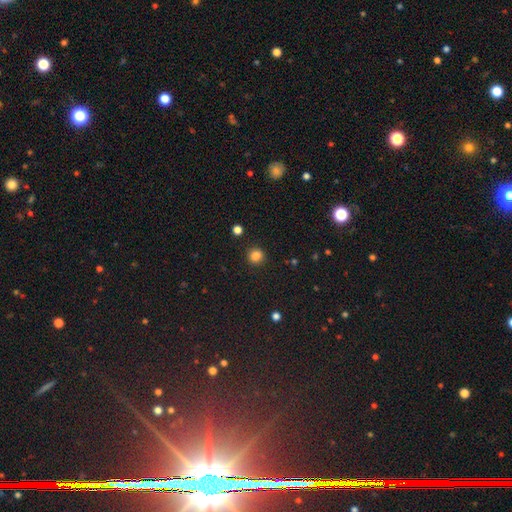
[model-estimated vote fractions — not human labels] Overall: smooth (83%). How rounded: round (90%). Merging: none (90%).